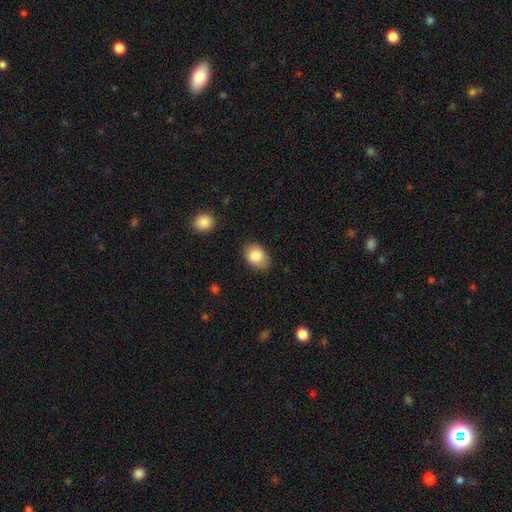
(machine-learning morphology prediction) Overall: smooth (85%). How rounded: in between (74%). Merging: none (79%).